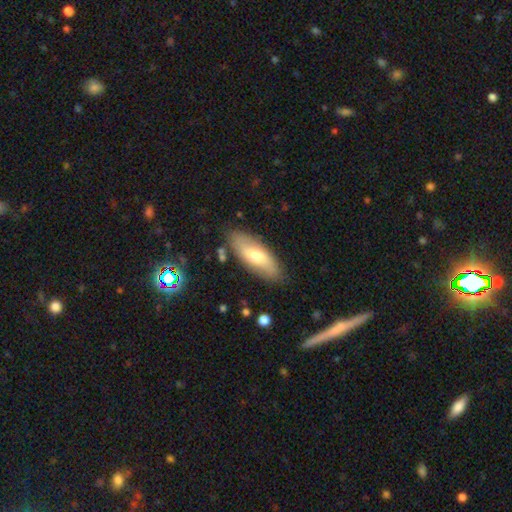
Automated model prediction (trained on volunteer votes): A smooth galaxy with no disk features (60%) that is in between round and cigar-shaped (76%).

Vote fractions:
- Smooth or featured? smooth: 60% / featured or disk: 34% / star or artifact: 6%
- How rounded? in between: 76% / cigar-shaped: 21% / round: 2%
- Merging? none: 83% / minor disturbance: 12% / major disturbance: 3% / merger: 2%